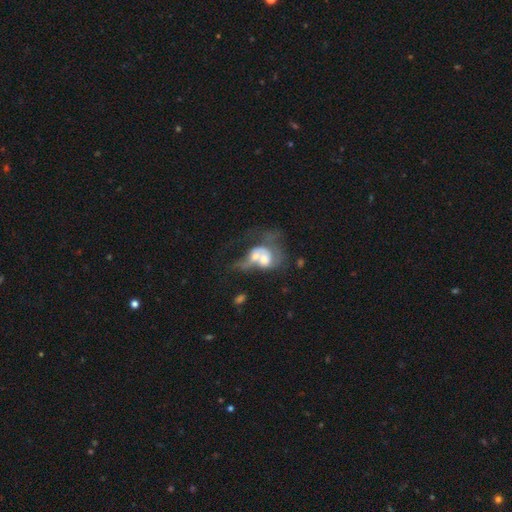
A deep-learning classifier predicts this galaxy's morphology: Smooth or featured?
  - featured or disk: 55% *
  - smooth: 37%
  - star or artifact: 8%
Edge-on disk?
  - no: 96% *
  - yes: 4%
Bar?
  - no: 79% *
  - weak: 17%
  - strong: 4%
Spiral arms?
  - no: 52% *
  - yes: 48%
Bulge size?
  - moderate: 53% *
  - large: 23%
  - small: 14%
  - none: 6%
  - dominant: 4%
Merging?
  - merger: 73% *
  - major disturbance: 15%
  - none: 8%
  - minor disturbance: 5%